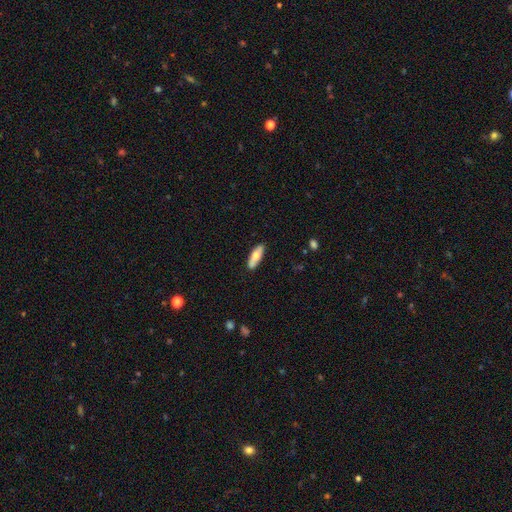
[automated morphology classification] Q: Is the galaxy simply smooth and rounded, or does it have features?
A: smooth — 65%.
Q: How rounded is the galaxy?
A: in between — 54%.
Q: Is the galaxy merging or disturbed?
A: none — 86%.